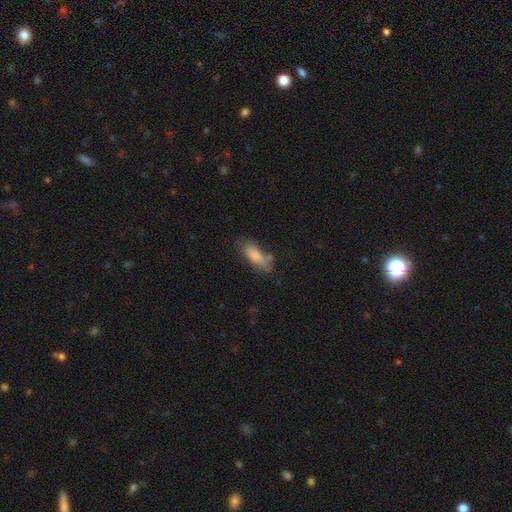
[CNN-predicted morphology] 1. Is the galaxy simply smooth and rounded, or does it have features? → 84% smooth, 9% featured or disk, 7% star or artifact.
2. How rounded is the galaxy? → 72% in between, 26% cigar-shaped, 2% round.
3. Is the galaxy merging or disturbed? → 62% none, 24% minor disturbance, 7% major disturbance, 7% merger.